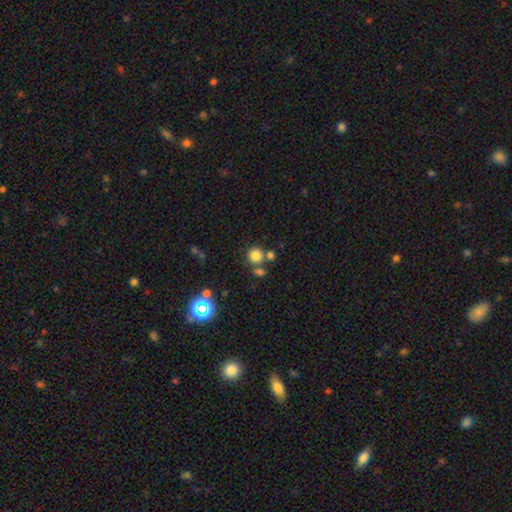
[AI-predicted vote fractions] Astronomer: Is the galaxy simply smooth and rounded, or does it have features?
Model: smooth — 79%.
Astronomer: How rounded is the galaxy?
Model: round — 91%.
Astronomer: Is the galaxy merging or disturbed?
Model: none — 66%.